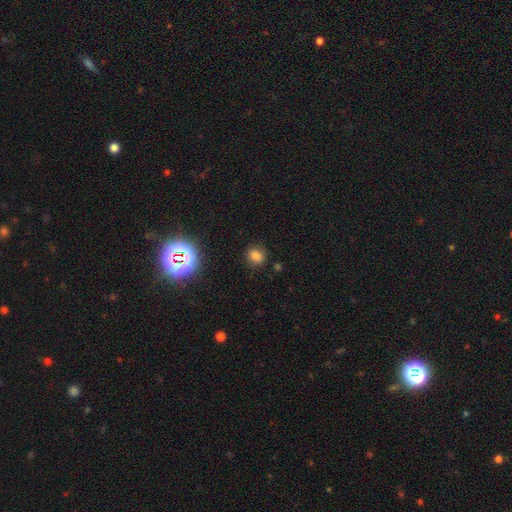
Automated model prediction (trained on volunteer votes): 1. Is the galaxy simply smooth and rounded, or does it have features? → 77% smooth, 17% star or artifact, 6% featured or disk.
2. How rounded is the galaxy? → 57% round, 42% in between, 1% cigar-shaped.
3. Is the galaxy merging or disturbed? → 83% none, 12% minor disturbance, 3% major disturbance, 2% merger.